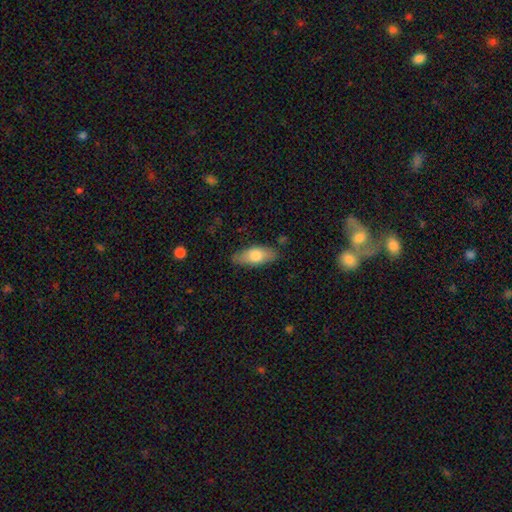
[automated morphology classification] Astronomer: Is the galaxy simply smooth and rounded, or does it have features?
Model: smooth — 72%.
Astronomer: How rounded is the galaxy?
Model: in between — 79%.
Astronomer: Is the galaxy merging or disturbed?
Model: none — 82%.